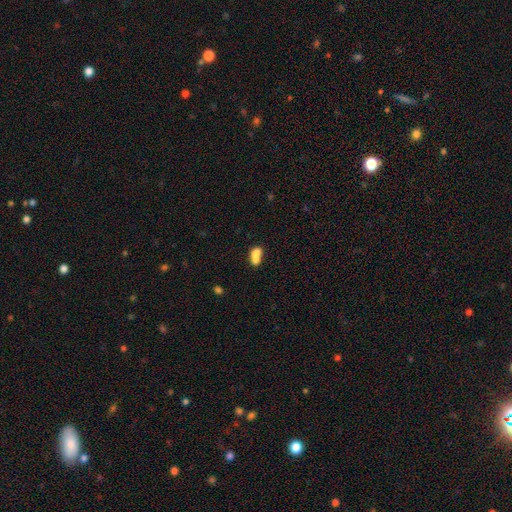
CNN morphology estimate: smooth 72%, featured or disk 18%, star or artifact 10%. Down the decision tree: how rounded — in between (69%); merging — merger (68%).